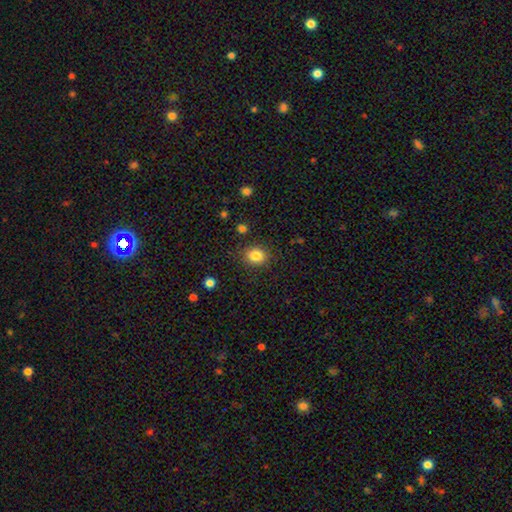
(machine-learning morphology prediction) A smooth galaxy with no disk features (84%) that is round (61%).

Vote fractions:
- Smooth or featured? smooth: 84% / star or artifact: 10% / featured or disk: 6%
- How rounded? round: 61% / in between: 38% / cigar-shaped: 1%
- Merging? none: 85% / minor disturbance: 10% / major disturbance: 3% / merger: 2%